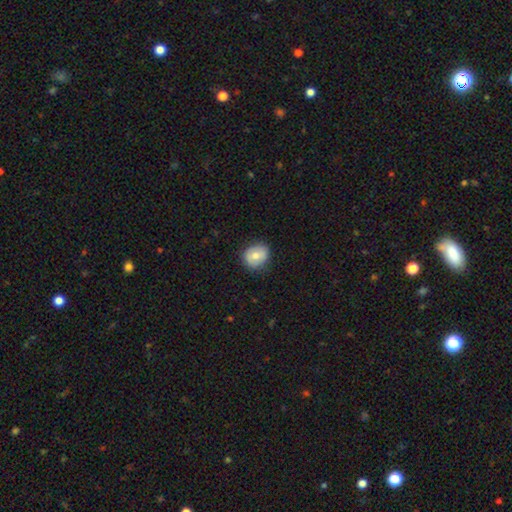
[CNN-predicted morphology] Overall: smooth (72%). How rounded: round (66%; in between 33%). Merging: none (82%).